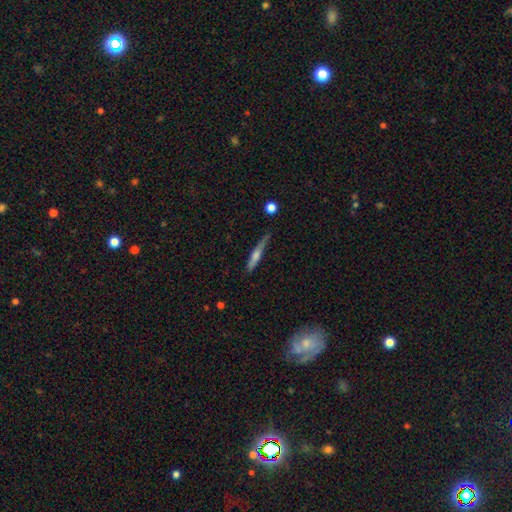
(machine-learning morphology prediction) The model was most divided on "smooth or featured": featured or disk: 58%, smooth: 35%, star or artifact: 7%. More confident: edge-on disk — yes (95%); edge-on bulge — rounded (75%); merging — none (75%).